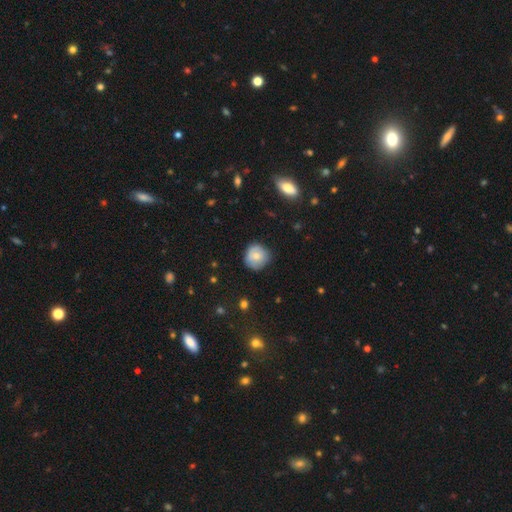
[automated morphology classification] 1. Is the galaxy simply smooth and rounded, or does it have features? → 68% smooth, 22% featured or disk, 9% star or artifact.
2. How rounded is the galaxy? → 88% round, 11% in between, 1% cigar-shaped.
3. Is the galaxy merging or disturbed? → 73% none, 22% minor disturbance, 4% major disturbance, 1% merger.